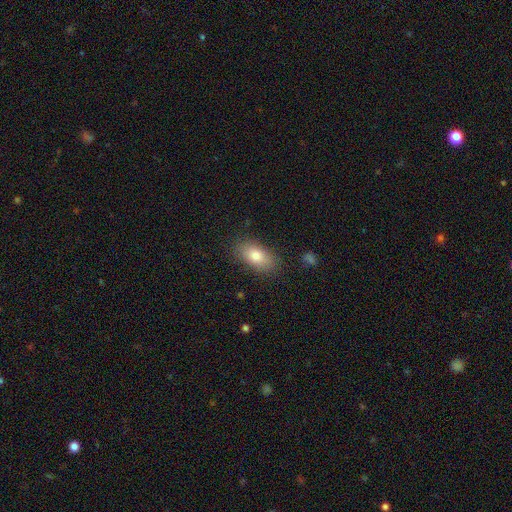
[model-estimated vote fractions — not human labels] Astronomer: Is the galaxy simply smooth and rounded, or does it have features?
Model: smooth — 81%.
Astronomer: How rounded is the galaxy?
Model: in between — 89%.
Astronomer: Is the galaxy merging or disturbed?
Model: none — 85%.